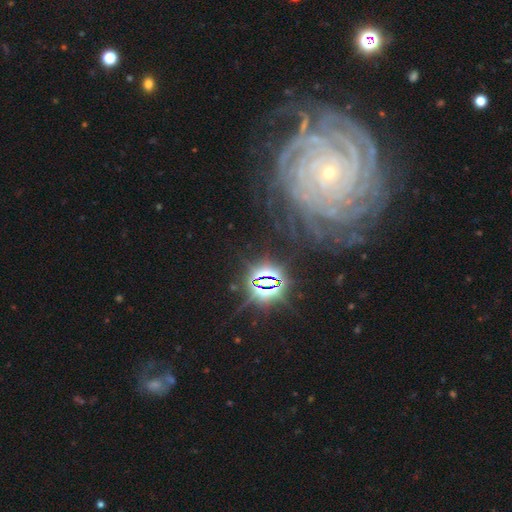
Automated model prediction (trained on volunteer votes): Smooth or featured?
  - featured or disk: 84% *
  - star or artifact: 10%
  - smooth: 6%
Edge-on disk?
  - no: 97% *
  - yes: 3%
Bar?
  - no: 74% *
  - weak: 16%
  - strong: 10%
Spiral arms?
  - yes: 98% *
  - no: 2%
Spiral winding?
  - tight: 88% *
  - medium: 10%
  - loose: 2%
Spiral arm count?
  - more than 4: 31% *
  - 4: 19%
  - can't tell: 18%
  - 3: 12%
  - 2: 10%
  - 1: 8%
Bulge size?
  - small: 82% *
  - moderate: 14%
  - large: 1%
  - none: 1%
  - dominant: 1%
Merging?
  - none: 80% *
  - minor disturbance: 12%
  - major disturbance: 5%
  - merger: 2%